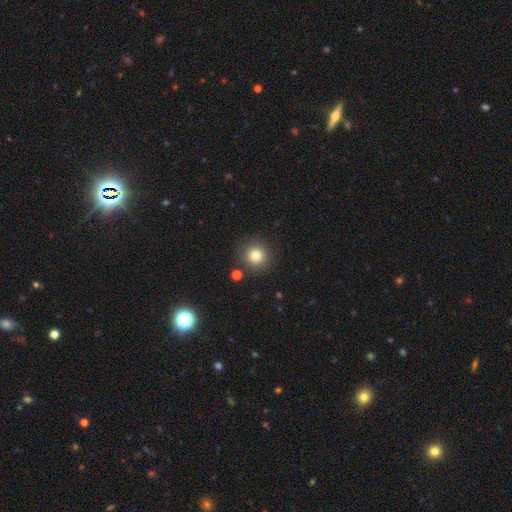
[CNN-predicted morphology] Smooth or featured? Predicted: smooth (p=0.80). How rounded? Predicted: round (p=0.93). Merging? Predicted: none (p=0.87).